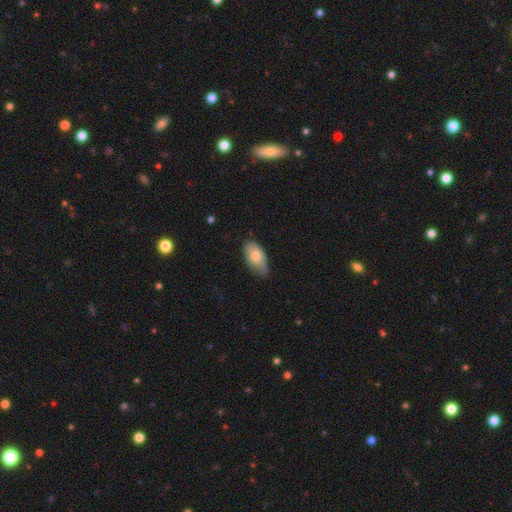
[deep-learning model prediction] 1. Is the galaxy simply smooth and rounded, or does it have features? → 71% smooth, 22% featured or disk, 7% star or artifact.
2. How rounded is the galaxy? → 92% in between, 5% round, 2% cigar-shaped.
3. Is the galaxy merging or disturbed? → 48% none, 42% minor disturbance, 8% major disturbance, 2% merger.